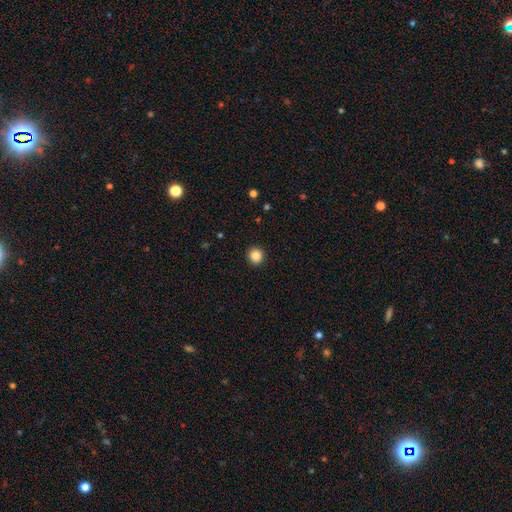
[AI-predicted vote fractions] A smooth galaxy with no disk features (86%) that is round (94%).

Vote fractions:
- Smooth or featured? smooth: 86% / star or artifact: 10% / featured or disk: 3%
- How rounded? round: 94% / in between: 5% / cigar-shaped: 1%
- Merging? none: 93% / minor disturbance: 5% / major disturbance: 2% / merger: 1%